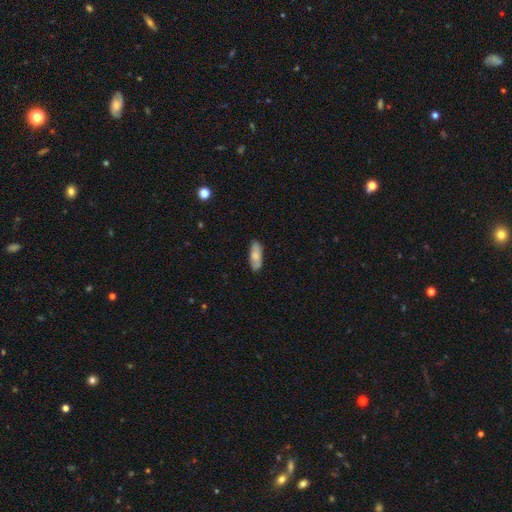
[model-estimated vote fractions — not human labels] Smooth or featured?
  - smooth: 73% *
  - featured or disk: 21%
  - star or artifact: 6%
How rounded?
  - in between: 68% *
  - cigar-shaped: 30%
  - round: 2%
Merging?
  - none: 80% *
  - minor disturbance: 15%
  - major disturbance: 3%
  - merger: 2%